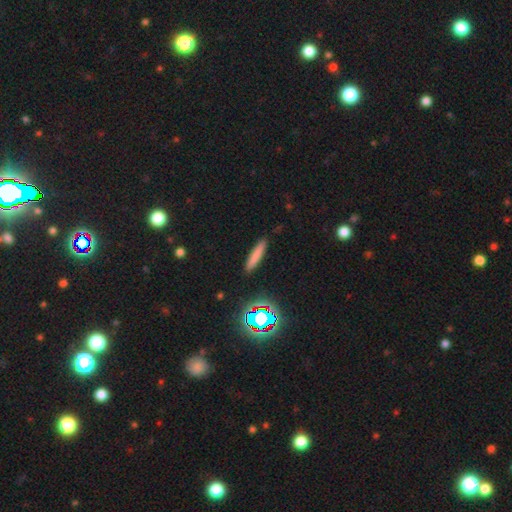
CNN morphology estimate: smooth-or-featured: smooth: 75% | featured or disk: 13% | star or artifact: 12%
  how-rounded: cigar-shaped: 90% | in between: 9% | round: 2%
  merging: none: 90% | minor disturbance: 7% | major disturbance: 2% | merger: 1%